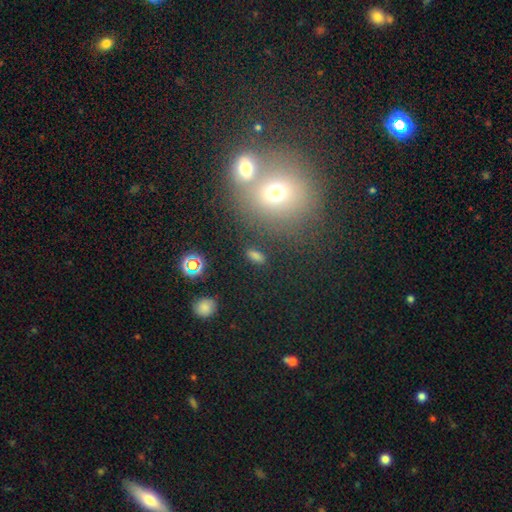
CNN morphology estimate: Smooth or featured: smooth — 69% (star or artifact — 22%)
How rounded: in between — 70% (round — 20%)
Merging: none — 80% (minor disturbance — 9%)